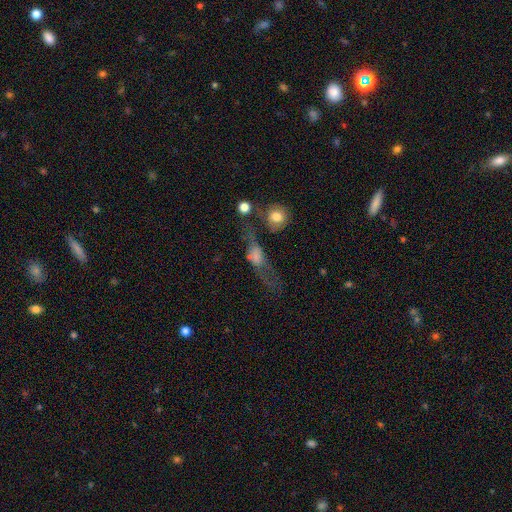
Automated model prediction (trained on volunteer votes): A featured or disk galaxy (46%).

Vote fractions:
- Smooth or featured? featured or disk: 46% / smooth: 40% / star or artifact: 15%
- Merging? none: 39% / major disturbance: 27% / minor disturbance: 18% / merger: 15%